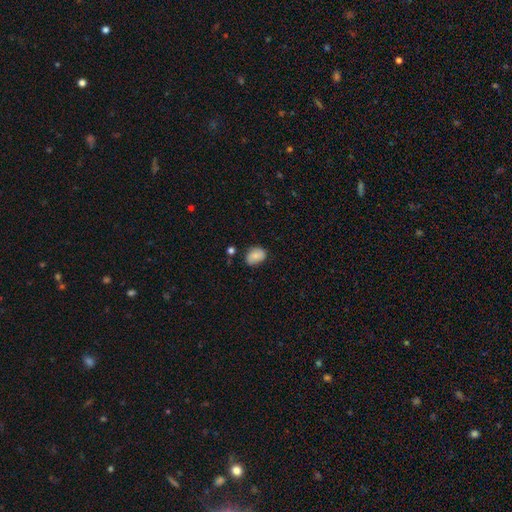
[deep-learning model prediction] smooth 76%, featured or disk 16%, star or artifact 8%. Down the decision tree: how rounded — in between (75%); merging — none (73%).